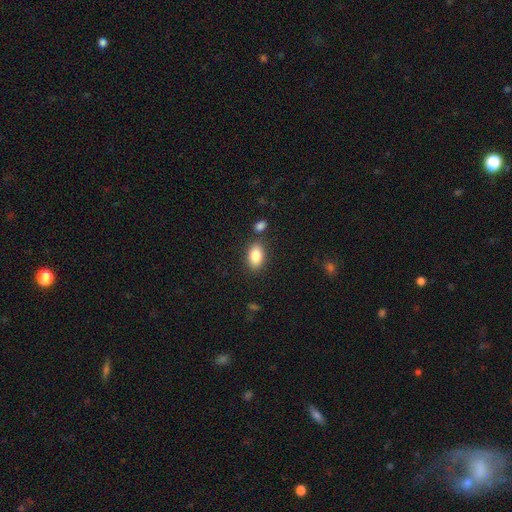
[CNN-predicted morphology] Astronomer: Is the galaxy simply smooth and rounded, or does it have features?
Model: smooth — 85%.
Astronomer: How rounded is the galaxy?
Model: in between — 90%.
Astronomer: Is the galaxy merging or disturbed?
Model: none — 79%.